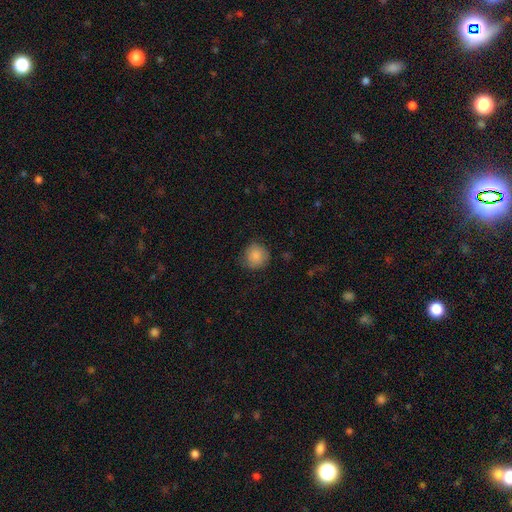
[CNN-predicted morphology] Smooth or featured? smooth (86%)
How rounded? round (91%)
Merging? none (76%)